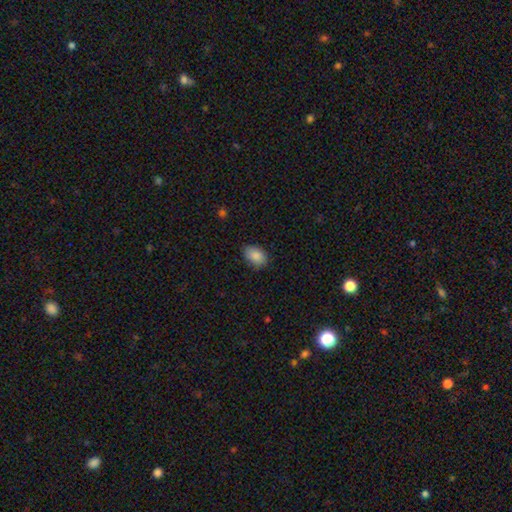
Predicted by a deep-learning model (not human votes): smooth-or-featured: smooth: 88% | star or artifact: 7% | featured or disk: 5%
  how-rounded: in between: 86% | round: 13% | cigar-shaped: 1%
  merging: none: 83% | minor disturbance: 13% | major disturbance: 3% | merger: 1%